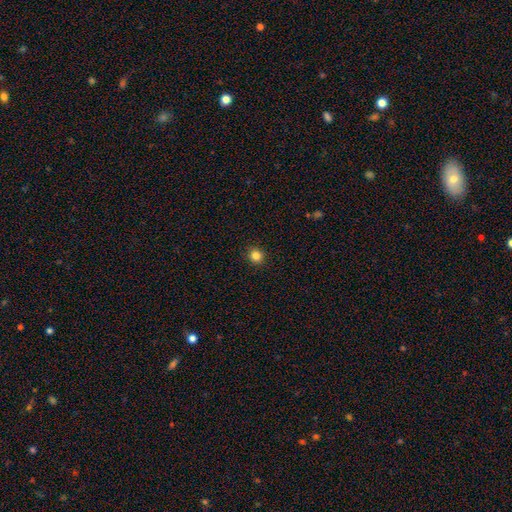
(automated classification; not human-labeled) Smooth or featured: smooth — 83% (star or artifact — 12%)
How rounded: round — 89% (in between — 10%)
Merging: none — 93% (minor disturbance — 5%)